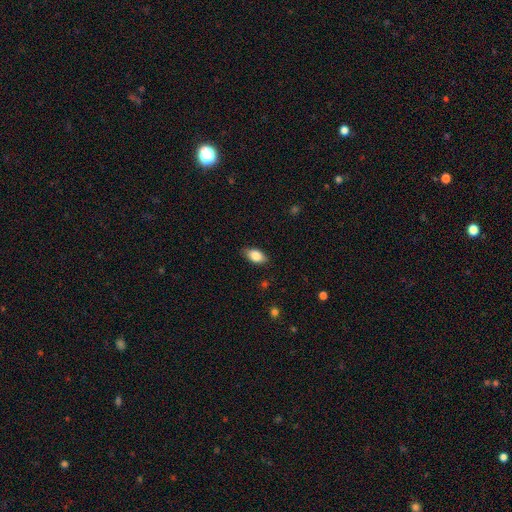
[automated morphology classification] This is clearly a smooth galaxy (84%). How rounded: clearly in between (90%). Merging: clearly none (83%).